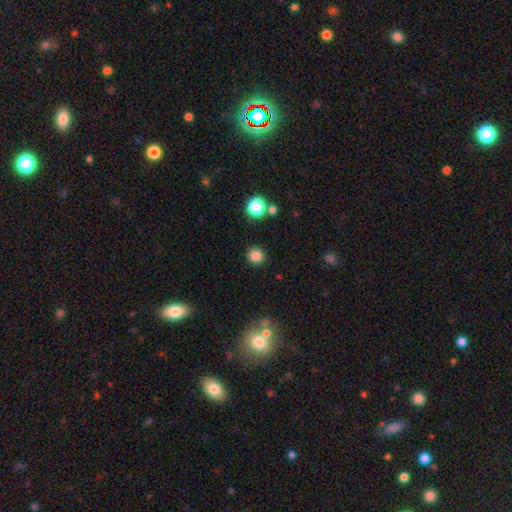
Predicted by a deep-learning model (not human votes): Q: Smooth or featured?
A: smooth (84%); runner-up: star or artifact (12%)
Q: How rounded?
A: round (91%); runner-up: in between (8%)
Q: Merging?
A: none (90%); runner-up: minor disturbance (6%)